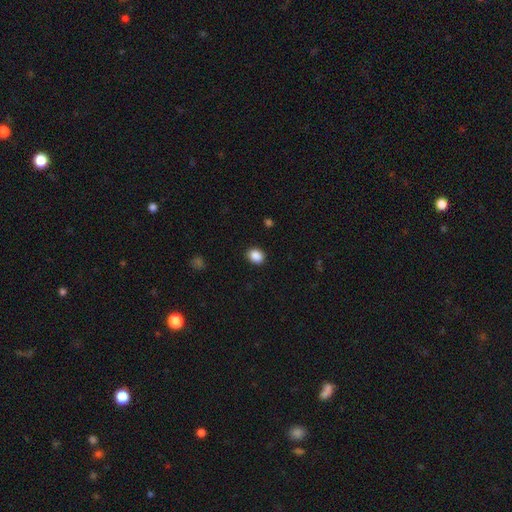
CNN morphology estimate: The model was most divided on "how rounded": round: 52%, in between: 47%, cigar-shaped: 1%. More confident: merging — none (89%); smooth or featured — smooth (88%).